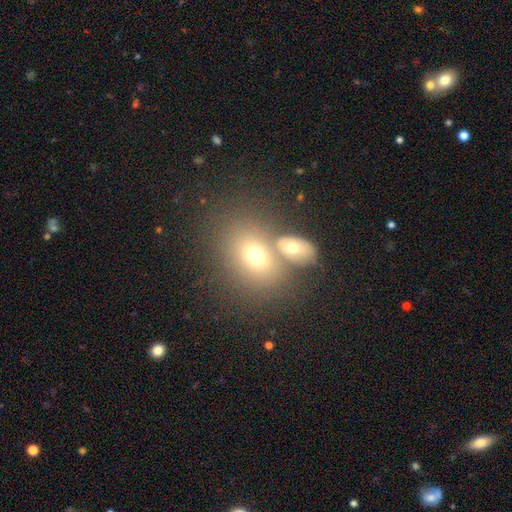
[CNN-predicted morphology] smooth 65%, featured or disk 20%, star or artifact 15%. Down the decision tree: how rounded — in between (68%); merging — none (46%).